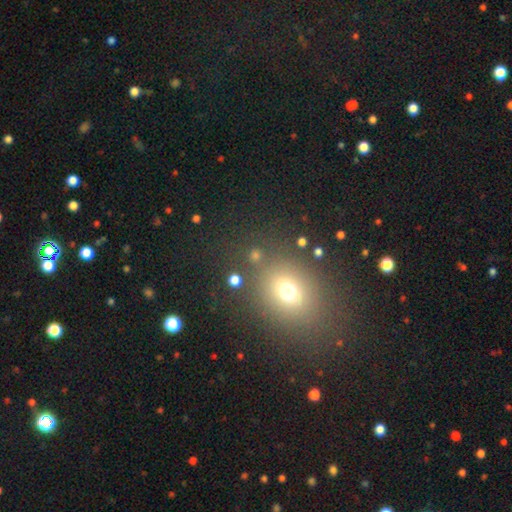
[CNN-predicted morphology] This appears to be a smooth galaxy with no disk features (61%) that is round (69%). Merging: none (78%).